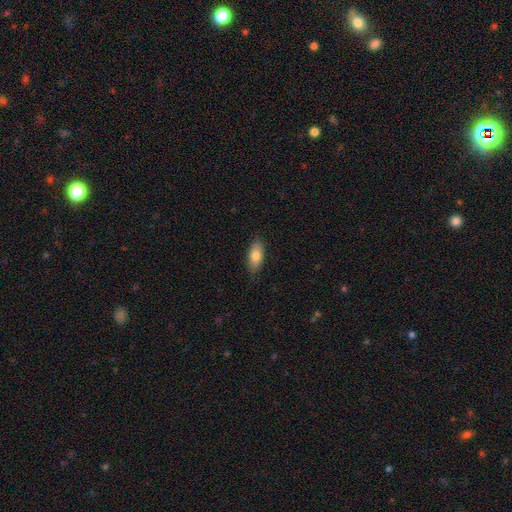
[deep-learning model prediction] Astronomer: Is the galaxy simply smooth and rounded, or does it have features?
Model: smooth — 78%.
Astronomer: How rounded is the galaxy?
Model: in between — 83%.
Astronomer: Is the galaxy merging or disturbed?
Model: none — 84%.